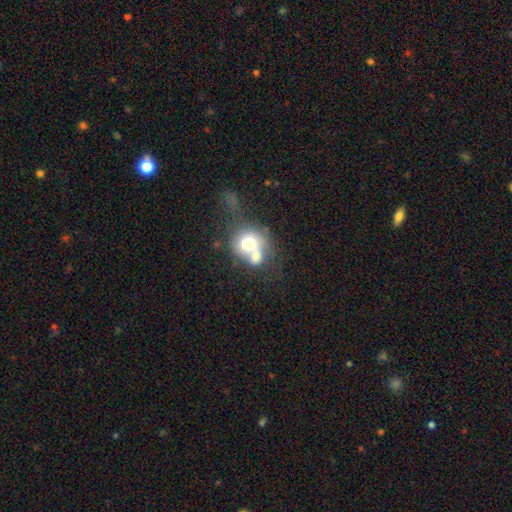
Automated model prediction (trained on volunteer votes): smooth 64%, featured or disk 27%, star or artifact 9%. Down the decision tree: how rounded — round (71%); merging — merger (62%).